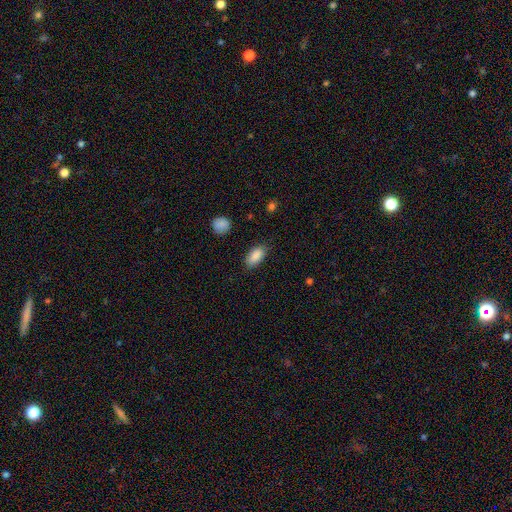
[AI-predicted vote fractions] Smooth or featured? smooth (88%)
How rounded? in between (92%)
Merging? none (81%)